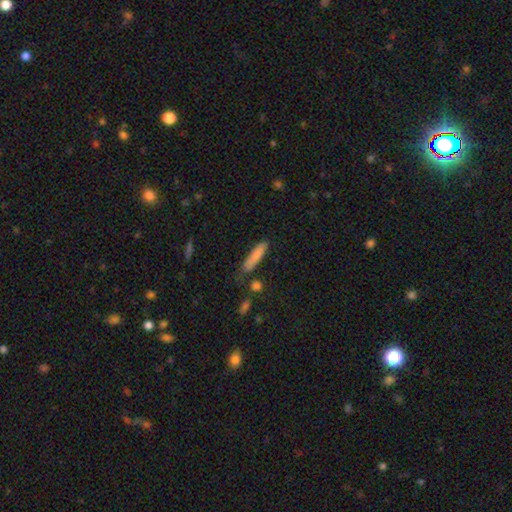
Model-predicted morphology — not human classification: Smooth or featured? smooth (81%)
How rounded? cigar-shaped (84%)
Merging? none (73%)